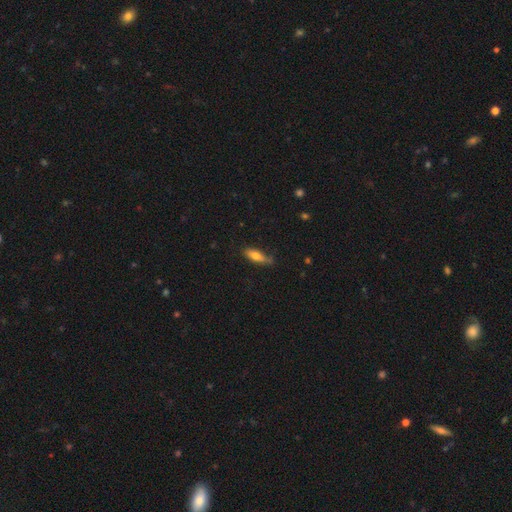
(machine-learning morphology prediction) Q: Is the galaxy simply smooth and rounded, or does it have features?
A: smooth — 68%.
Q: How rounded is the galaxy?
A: cigar-shaped — 50%.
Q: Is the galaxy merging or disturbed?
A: none — 64%.